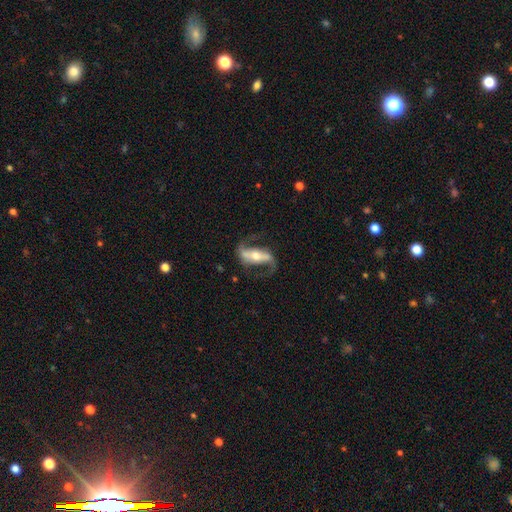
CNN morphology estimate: Q: Smooth or featured?
A: featured or disk (85%); runner-up: smooth (10%)
Q: Edge-on disk?
A: no (89%); runner-up: yes (11%)
Q: Bar?
A: strong (62%); runner-up: weak (21%)
Q: Spiral arms?
A: yes (93%); runner-up: no (7%)
Q: Spiral winding?
A: loose (57%); runner-up: medium (34%)
Q: Spiral arm count?
A: 2 (92%); runner-up: 1 (3%)
Q: Bulge size?
A: moderate (58%); runner-up: small (32%)
Q: Merging?
A: none (71%); runner-up: minor disturbance (15%)